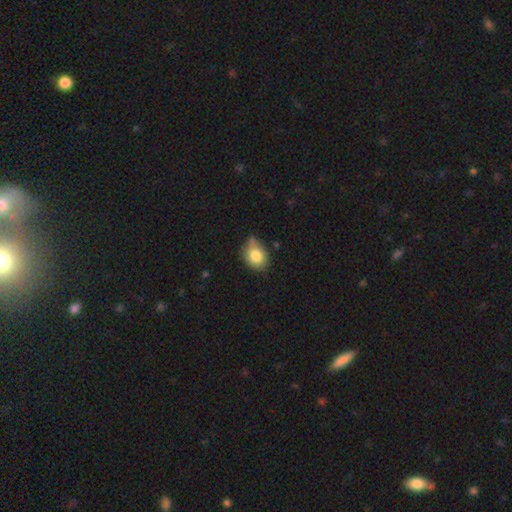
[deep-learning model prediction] Overall: smooth (80%). How rounded: in between (60%; round 39%). Merging: none (52%; minor disturbance 36%).